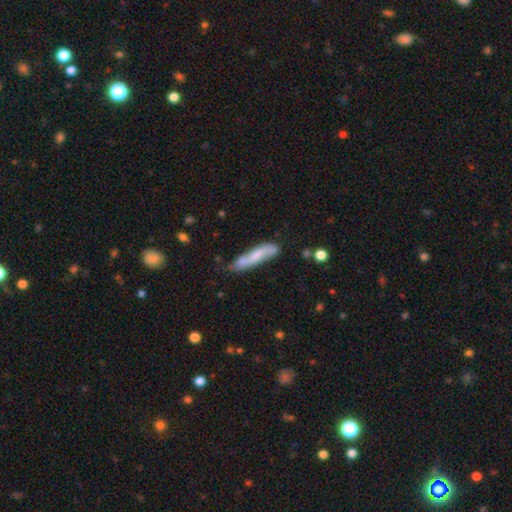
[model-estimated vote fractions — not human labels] Smooth or featured?
  - smooth: 48% *
  - featured or disk: 46%
  - star or artifact: 7%
Merging?
  - none: 63% *
  - minor disturbance: 25%
  - major disturbance: 6%
  - merger: 5%